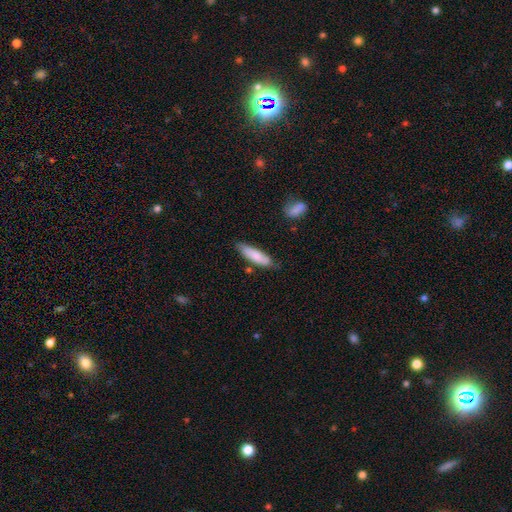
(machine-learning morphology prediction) smooth_or_featured: smooth (p=0.78) [alt: featured or disk p=0.16]
how_rounded: cigar-shaped (p=0.61) [alt: in between p=0.37]
merging: none (p=0.72) [alt: minor disturbance p=0.20]